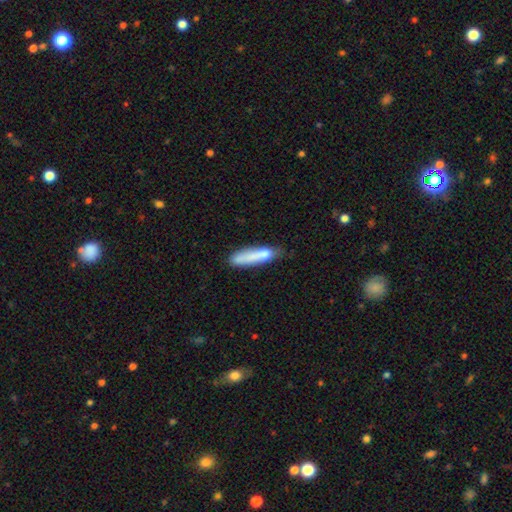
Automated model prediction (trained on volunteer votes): This appears to be a smooth galaxy with no disk features (77%) that is cigar-shaped (84%). Merging: none (63%).